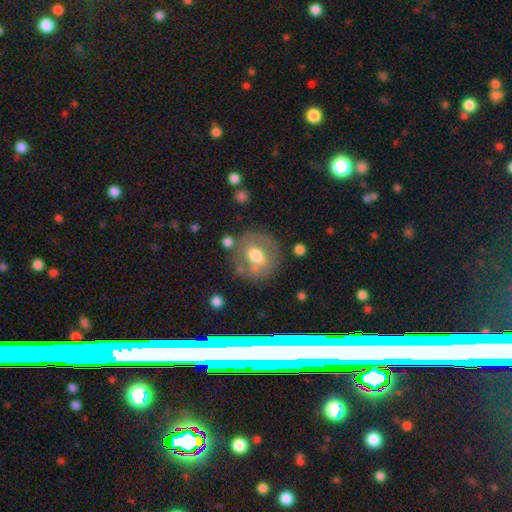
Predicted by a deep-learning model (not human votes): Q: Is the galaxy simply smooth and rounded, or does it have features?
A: smooth — 53%.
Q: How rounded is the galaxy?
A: round — 83%.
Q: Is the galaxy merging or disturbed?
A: none — 72%.